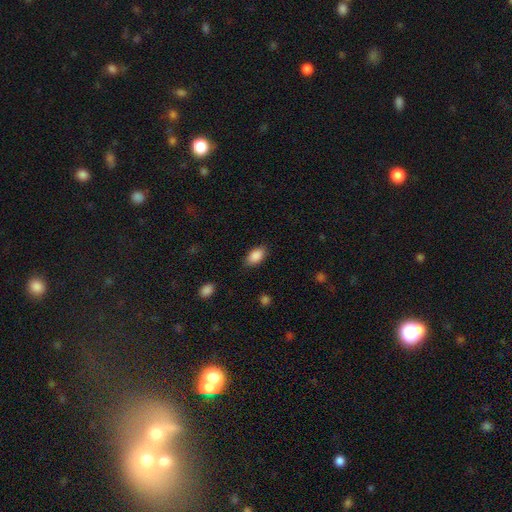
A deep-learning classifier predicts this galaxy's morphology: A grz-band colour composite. It shows a smooth galaxy with no disk features (89%) that is in between round and cigar-shaped (91%). Merging: none (83%).